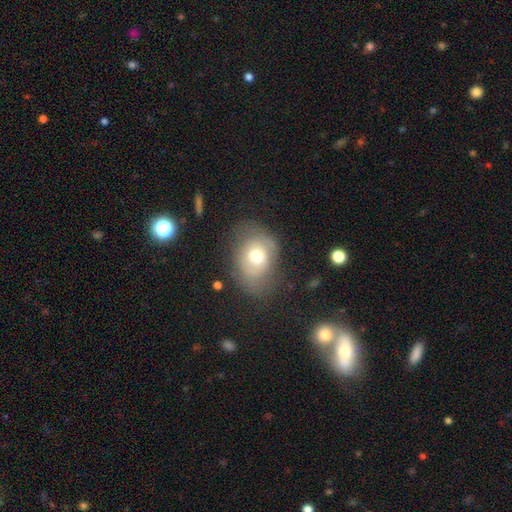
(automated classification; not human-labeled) This appears to be a smooth galaxy with no disk features (60%) that is in between round and cigar-shaped (62%). Merging: none (54%).